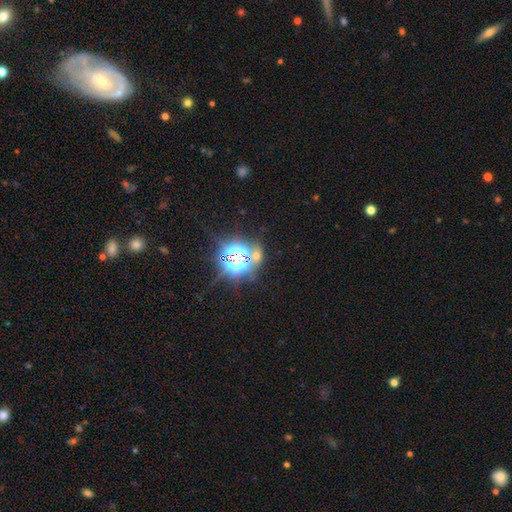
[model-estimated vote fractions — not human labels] A star or artifact, not a galaxy (68%).

Vote fractions:
- Smooth or featured? star or artifact: 68% / smooth: 22% / featured or disk: 10%